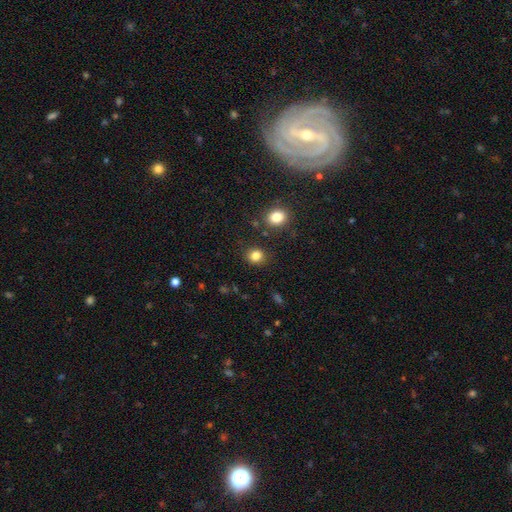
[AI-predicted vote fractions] smooth-or-featured: smooth: 83% | star or artifact: 12% | featured or disk: 5%
  how-rounded: round: 75% | in between: 24% | cigar-shaped: 1%
  merging: none: 84% | minor disturbance: 9% | merger: 4% | major disturbance: 3%